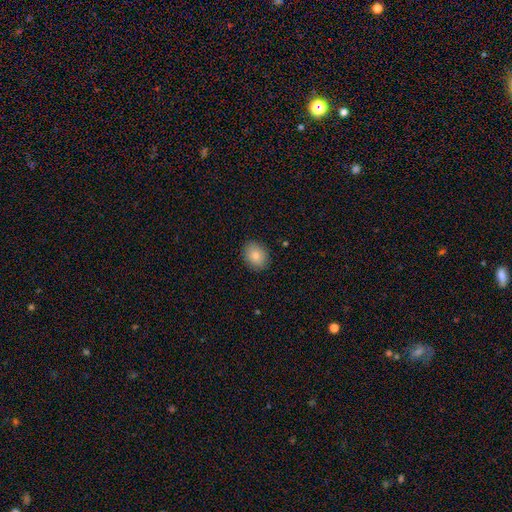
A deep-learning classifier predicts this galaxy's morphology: smooth 83%, star or artifact 8%, featured or disk 8%. Down the decision tree: how rounded — in between (56%); merging — none (89%).